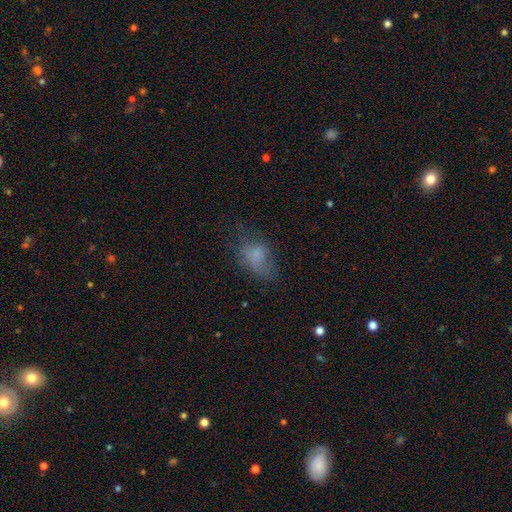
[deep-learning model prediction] A smooth galaxy with no disk features (69%) that is in between round and cigar-shaped (80%). Merging: none (44%).